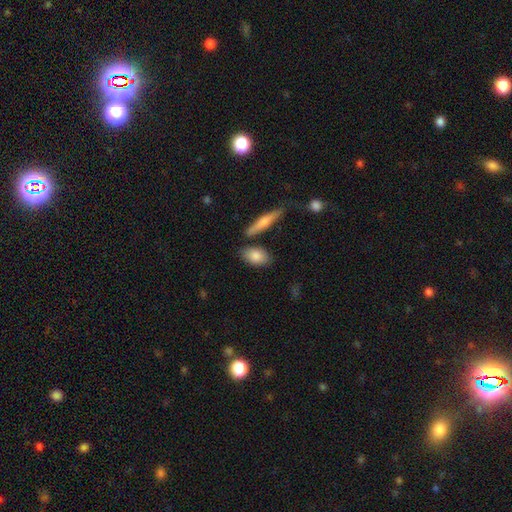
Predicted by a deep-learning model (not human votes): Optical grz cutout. It shows a smooth galaxy with no disk features (83%) that is in between round and cigar-shaped (86%). Merging: none (76%).